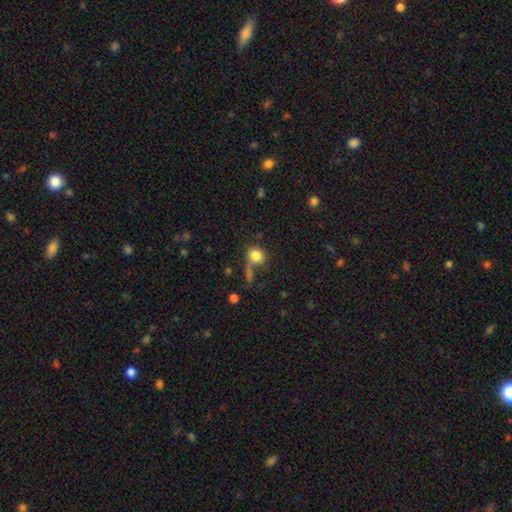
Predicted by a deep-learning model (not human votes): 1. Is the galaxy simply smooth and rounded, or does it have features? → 81% smooth, 10% star or artifact, 9% featured or disk.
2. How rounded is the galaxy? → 78% round, 21% in between, 1% cigar-shaped.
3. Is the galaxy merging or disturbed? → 53% none, 16% merger, 16% major disturbance, 16% minor disturbance.